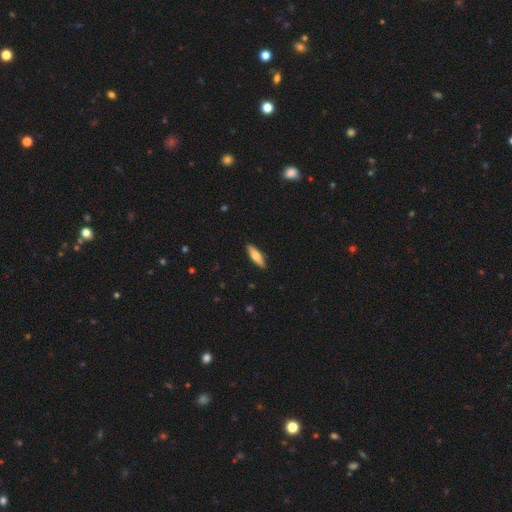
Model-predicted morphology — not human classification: Overall: smooth (63%; featured or disk 31%). How rounded: cigar-shaped (54%; in between 44%). Merging: none (90%).